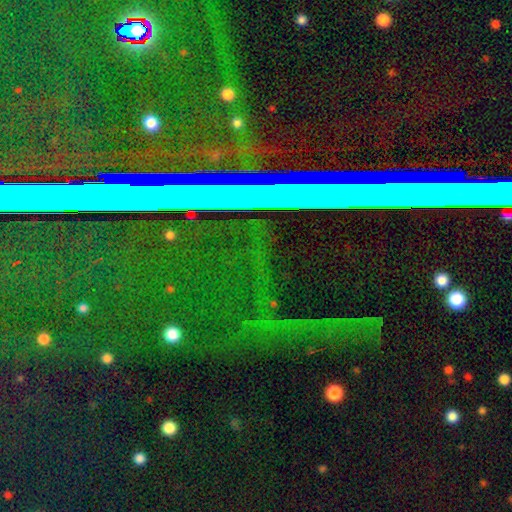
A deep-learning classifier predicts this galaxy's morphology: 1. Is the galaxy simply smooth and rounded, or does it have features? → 77% star or artifact, 14% featured or disk, 9% smooth.